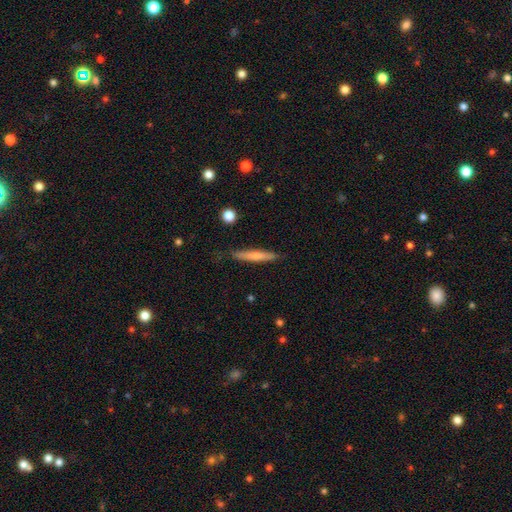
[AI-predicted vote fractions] Smooth or featured? smooth (63%)
How rounded? cigar-shaped (94%)
Merging? none (84%)